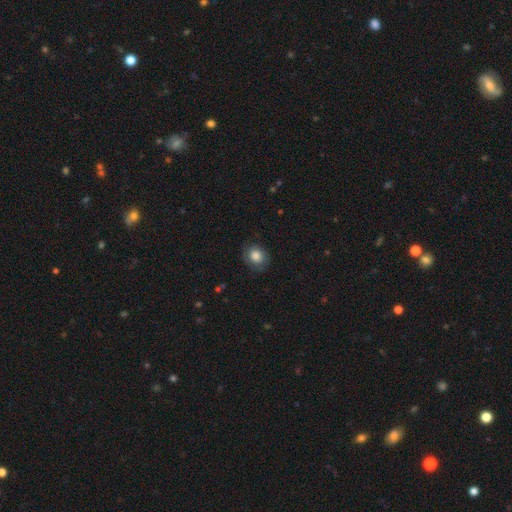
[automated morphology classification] A smooth galaxy with no disk features (80%) that is round (66%). Merging: none (75%).